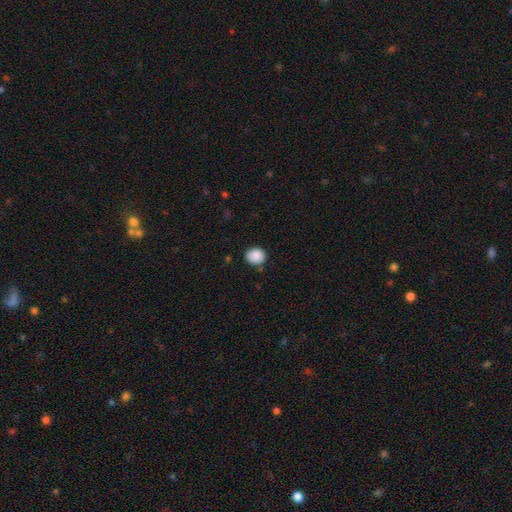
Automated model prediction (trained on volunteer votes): Smooth or featured?
  - smooth: 88% *
  - star or artifact: 8%
  - featured or disk: 4%
How rounded?
  - round: 68% *
  - in between: 31%
  - cigar-shaped: 1%
Merging?
  - none: 82% *
  - minor disturbance: 14%
  - major disturbance: 3%
  - merger: 2%